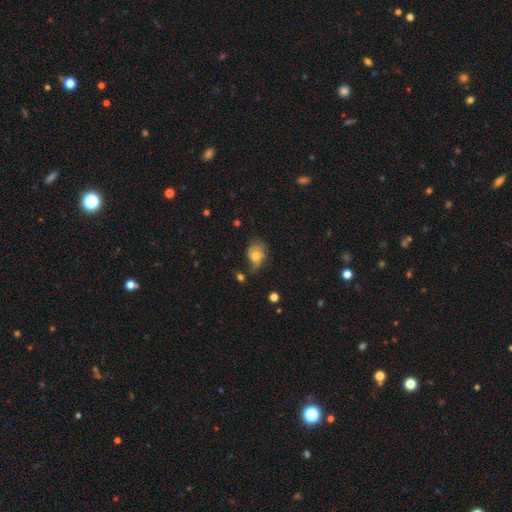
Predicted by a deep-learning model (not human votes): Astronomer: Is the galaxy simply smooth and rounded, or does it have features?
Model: smooth — 50% (runner-up: featured or disk, 40%).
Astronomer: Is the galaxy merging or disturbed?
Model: none — 38% (runner-up: minor disturbance, 33%).